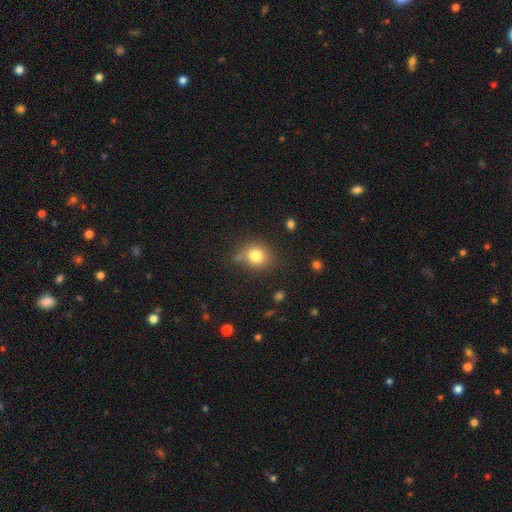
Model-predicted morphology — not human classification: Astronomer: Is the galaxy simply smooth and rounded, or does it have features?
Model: smooth — 79%.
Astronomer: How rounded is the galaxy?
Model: round — 75%.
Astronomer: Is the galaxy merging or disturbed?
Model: none — 67%.